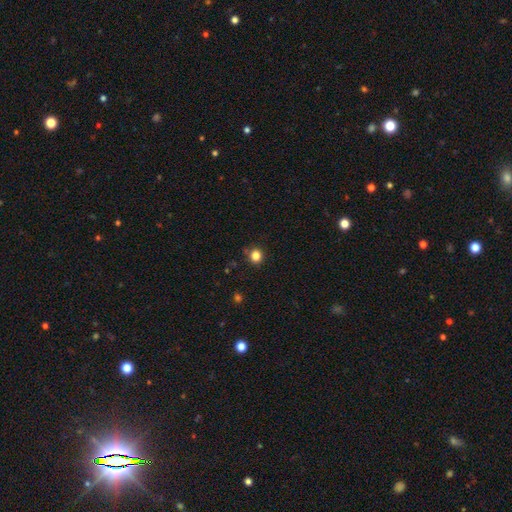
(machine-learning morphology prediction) smooth_or_featured: smooth (p=0.84) [alt: star or artifact p=0.12]
how_rounded: round (p=0.83) [alt: in between p=0.16]
merging: none (p=0.84) [alt: minor disturbance p=0.11]